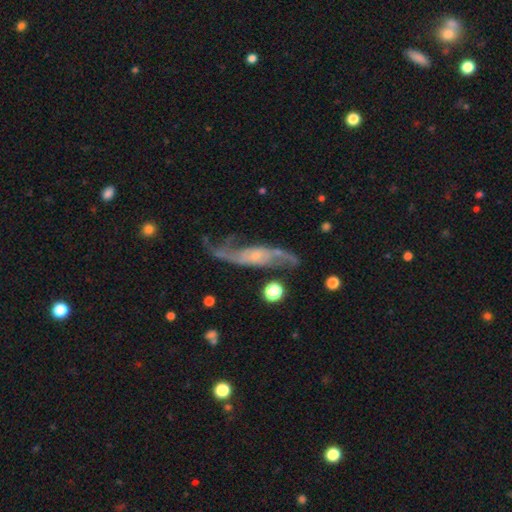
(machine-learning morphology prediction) A featured or disk galaxy (87%) with no bar (58%), 2 (89%) loose (67%) spiral arms (95%) and a small central bulge (70%).

Vote fractions:
- Smooth or featured? featured or disk: 87% / smooth: 8% / star or artifact: 6%
- Edge-on disk? no: 87% / yes: 13%
- Bar? no: 58% / weak: 31% / strong: 11%
- Spiral arms? yes: 95% / no: 5%
- Spiral winding? loose: 67% / medium: 26% / tight: 8%
- Spiral arm count? 2: 89% / can't tell: 4% / 3: 3% / 1: 2% / 4: 1% / more than 4: 1%
- Bulge size? small: 70% / moderate: 19% / none: 8% / large: 2% / dominant: 1%
- Merging? none: 65% / minor disturbance: 19% / major disturbance: 12% / merger: 4%